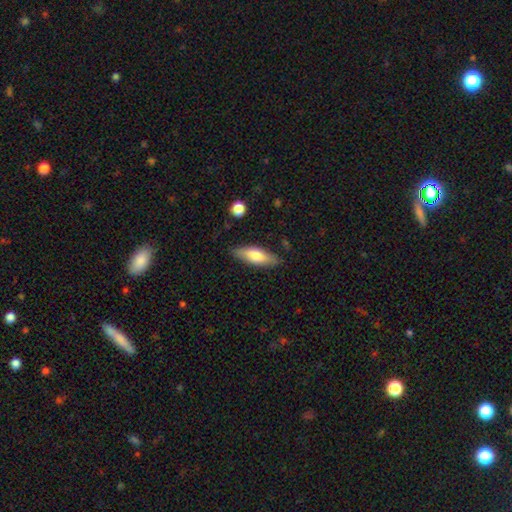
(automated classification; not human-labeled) A smooth galaxy with no disk features (67%) that is in between round and cigar-shaped (54%).

Vote fractions:
- Smooth or featured? smooth: 67% / featured or disk: 27% / star or artifact: 6%
- How rounded? in between: 54% / cigar-shaped: 44% / round: 2%
- Merging? none: 83% / minor disturbance: 12% / major disturbance: 2% / merger: 2%